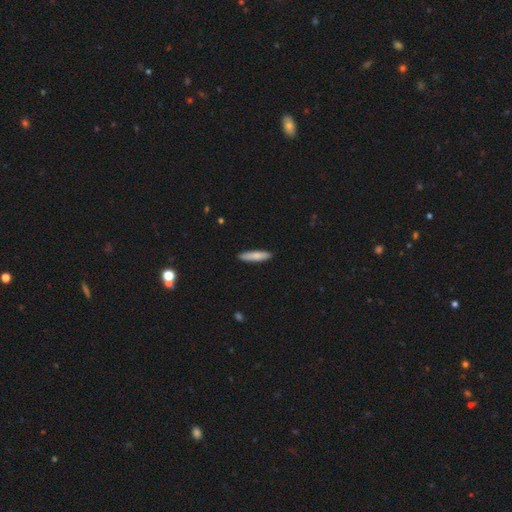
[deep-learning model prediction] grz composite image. It shows a smooth galaxy with no disk features (81%) that is cigar-shaped (83%). Merging: none (90%).